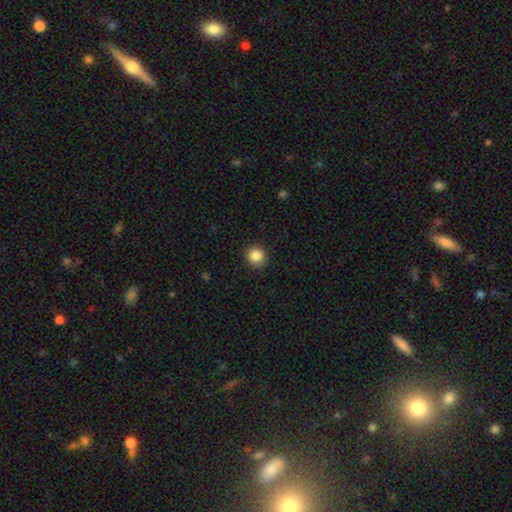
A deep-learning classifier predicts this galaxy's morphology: smooth-or-featured: smooth: 85% | star or artifact: 10% | featured or disk: 4%
  how-rounded: round: 93% | in between: 7% | cigar-shaped: 1%
  merging: none: 91% | minor disturbance: 6% | major disturbance: 2% | merger: 1%